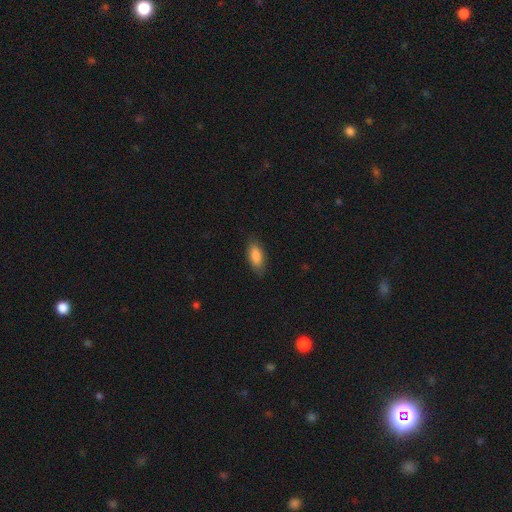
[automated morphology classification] smooth_or_featured: smooth (p=0.86) [alt: featured or disk p=0.08]
how_rounded: in between (p=0.86) [alt: cigar-shaped p=0.12]
merging: none (p=0.82) [alt: minor disturbance p=0.14]